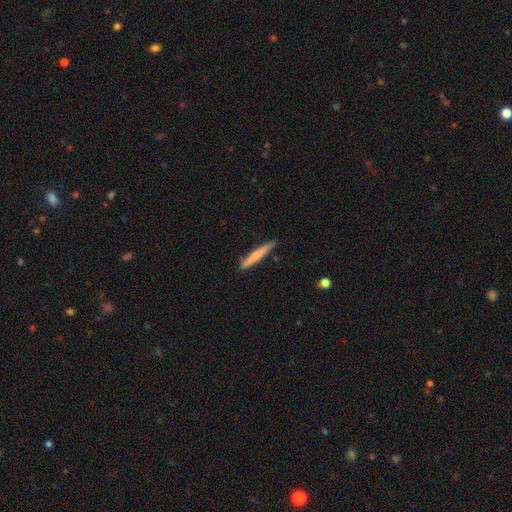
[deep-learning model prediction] smooth-or-featured: smooth: 67% | featured or disk: 28% | star or artifact: 5%
  how-rounded: cigar-shaped: 95% | in between: 3% | round: 1%
  merging: none: 88% | minor disturbance: 9% | major disturbance: 1% | merger: 1%